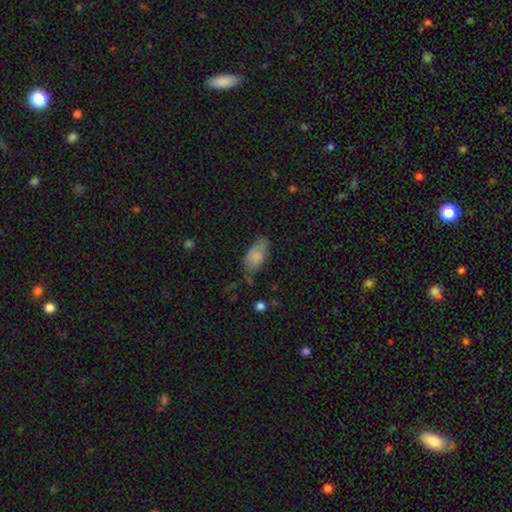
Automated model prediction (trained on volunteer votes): Q: Smooth or featured?
A: smooth (82%); runner-up: featured or disk (11%)
Q: How rounded?
A: in between (92%); runner-up: cigar-shaped (5%)
Q: Merging?
A: none (59%); runner-up: minor disturbance (30%)